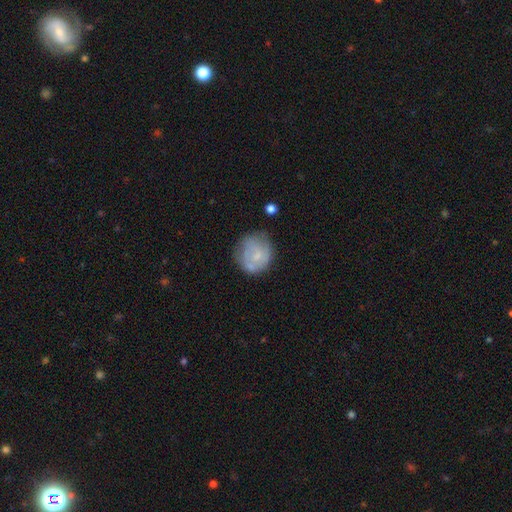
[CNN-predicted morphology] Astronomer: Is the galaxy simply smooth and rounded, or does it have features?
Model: smooth — 56% (runner-up: featured or disk, 37%).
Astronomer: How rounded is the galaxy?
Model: round — 84%.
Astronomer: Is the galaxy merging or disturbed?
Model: none — 57%.